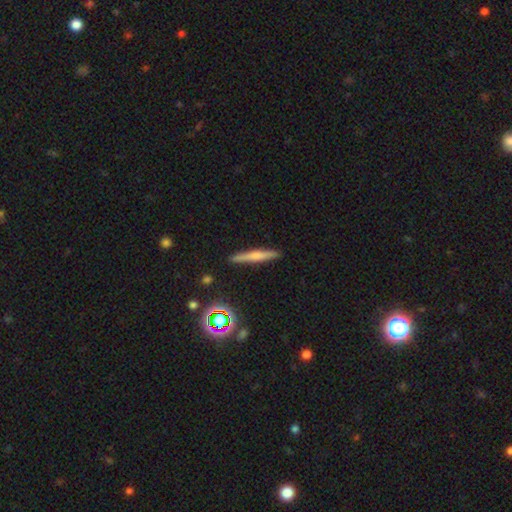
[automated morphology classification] Smooth or featured? smooth (51%)
How rounded? cigar-shaped (93%)
Merging? none (90%)